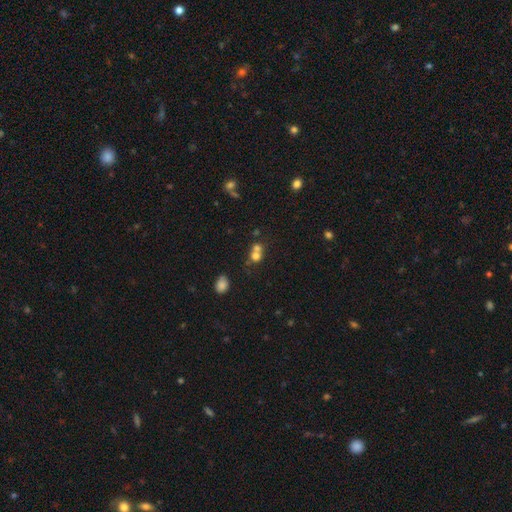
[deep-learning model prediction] Smooth or featured?
  - smooth: 69% *
  - featured or disk: 16%
  - star or artifact: 15%
How rounded?
  - round: 77% *
  - in between: 22%
  - cigar-shaped: 1%
Merging?
  - merger: 59% *
  - none: 31%
  - minor disturbance: 6%
  - major disturbance: 3%